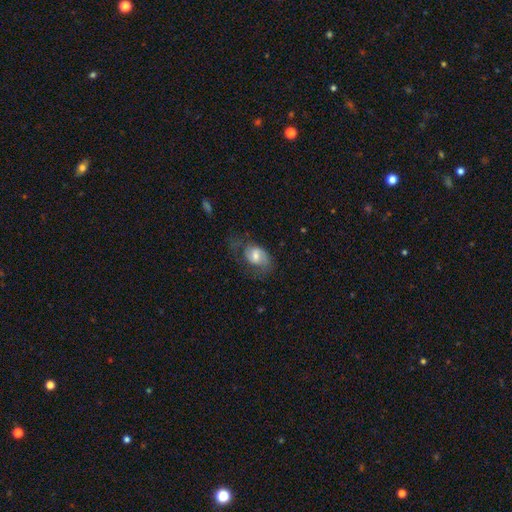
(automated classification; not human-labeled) Q: Smooth or featured?
A: featured or disk (47%); runner-up: smooth (45%)
Q: Merging?
A: none (41%); runner-up: major disturbance (30%)